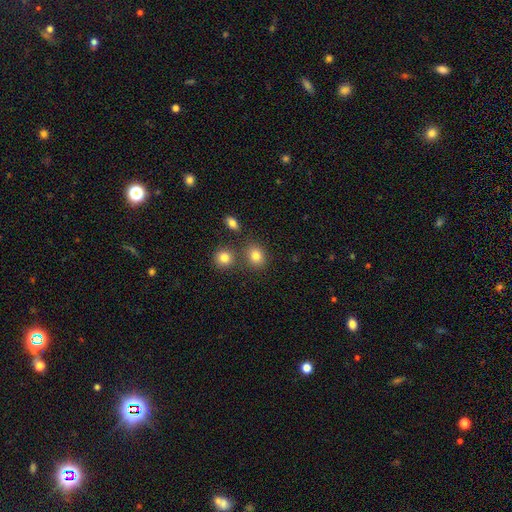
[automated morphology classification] smooth_or_featured: smooth (p=0.80) [alt: star or artifact p=0.12]
how_rounded: round (p=0.62) [alt: in between p=0.37]
merging: none (p=0.72) [alt: merger p=0.14]